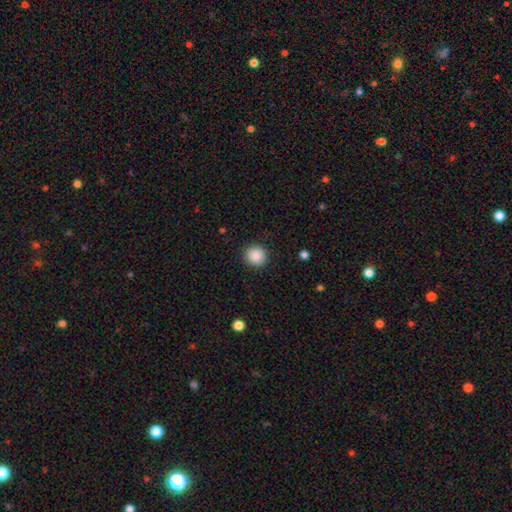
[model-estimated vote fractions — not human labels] Morphology: type=smooth (88%); roundness=round (92%); merging=none (91%).